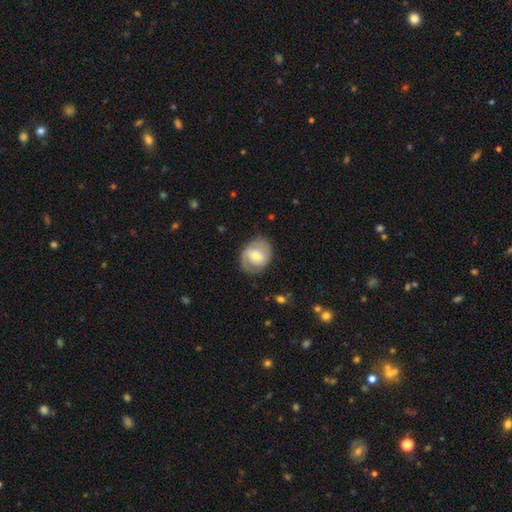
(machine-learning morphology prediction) Smooth or featured? featured or disk (58%)
Edge-on disk? no (96%)
Bar? weak (49%)
Spiral arms? yes (77%)
Bulge size? moderate (60%)
Merging? none (76%)